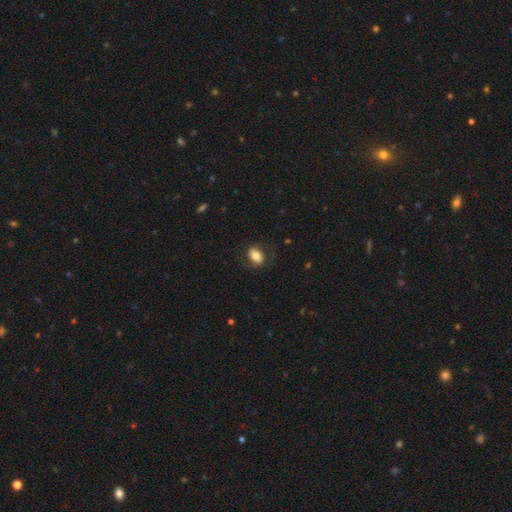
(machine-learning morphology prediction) smooth-or-featured: smooth: 72% | featured or disk: 21% | star or artifact: 7%
  how-rounded: in between: 82% | round: 16% | cigar-shaped: 2%
  merging: none: 72% | minor disturbance: 16% | major disturbance: 11% | merger: 1%